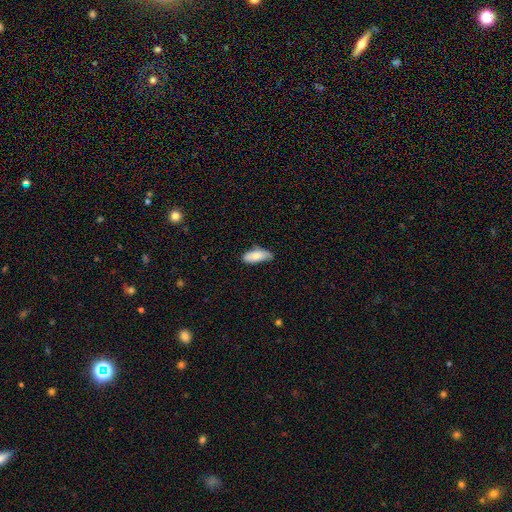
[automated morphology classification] The model was most divided on "merging": none: 62%, minor disturbance: 31%, major disturbance: 5%, merger: 2%. More confident: how rounded — in between (81%); smooth or featured — smooth (81%).